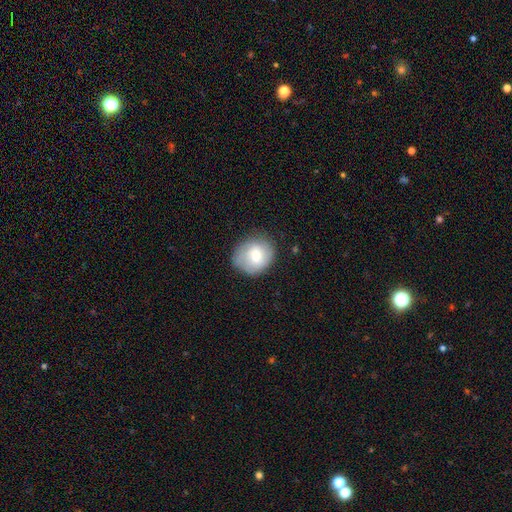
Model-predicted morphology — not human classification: Smooth or featured: smooth — 60% (featured or disk — 33%)
How rounded: round — 68% (in between — 31%)
Merging: none — 73% (minor disturbance — 20%)